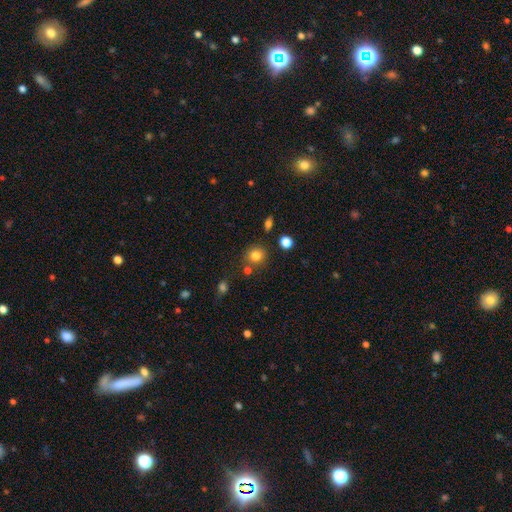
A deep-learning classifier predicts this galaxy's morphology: Smooth or featured: smooth — 80% (star or artifact — 13%)
How rounded: round — 86% (in between — 13%)
Merging: none — 78% (minor disturbance — 10%)